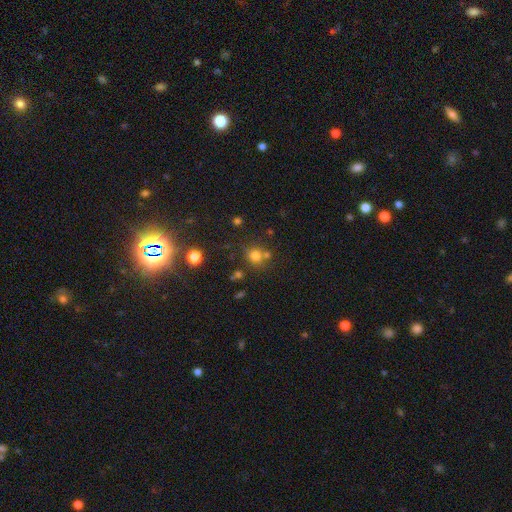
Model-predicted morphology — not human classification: Q: Smooth or featured?
A: smooth (73%); runner-up: star or artifact (18%)
Q: How rounded?
A: round (84%); runner-up: in between (15%)
Q: Merging?
A: none (64%); runner-up: merger (21%)